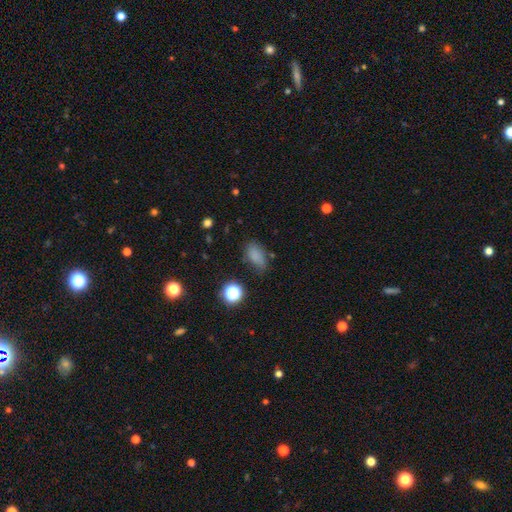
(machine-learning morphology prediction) Smooth or featured: smooth — 76% (star or artifact — 16%)
How rounded: in between — 85% (round — 12%)
Merging: none — 63% (minor disturbance — 25%)